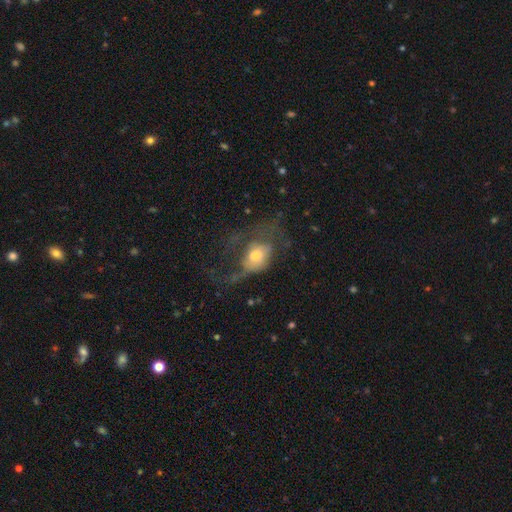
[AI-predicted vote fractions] Overall: smooth (52%; featured or disk 39%). How rounded: in between (66%; round 32%). Merging: major disturbance (58%; none 22%).